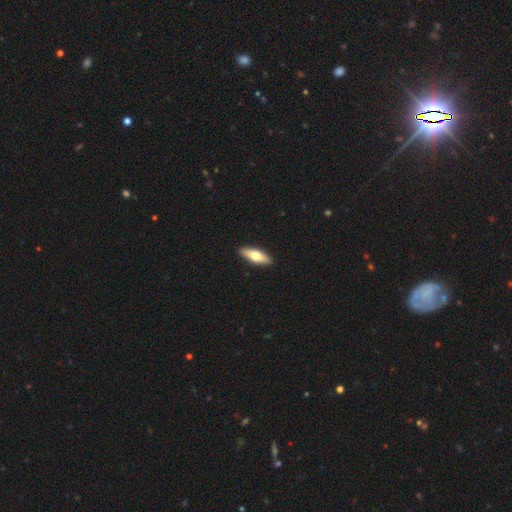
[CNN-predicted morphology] Smooth or featured: smooth — 64% (featured or disk — 31%)
How rounded: in between — 51% (cigar-shaped — 47%)
Merging: none — 91% (minor disturbance — 6%)